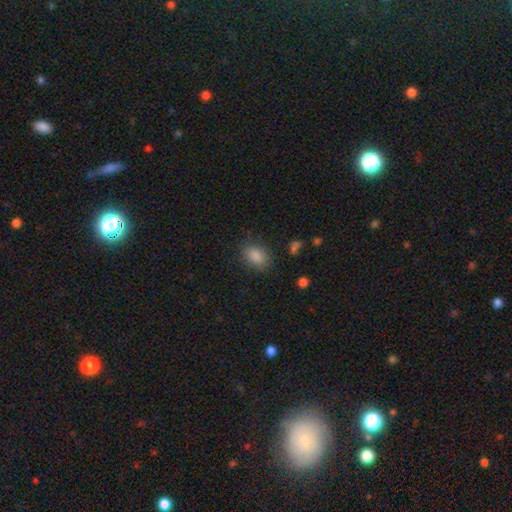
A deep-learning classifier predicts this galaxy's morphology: Smooth or featured? Predicted: smooth (p=0.85). How rounded? Predicted: in between (p=0.79). Merging? Predicted: none (p=0.82).